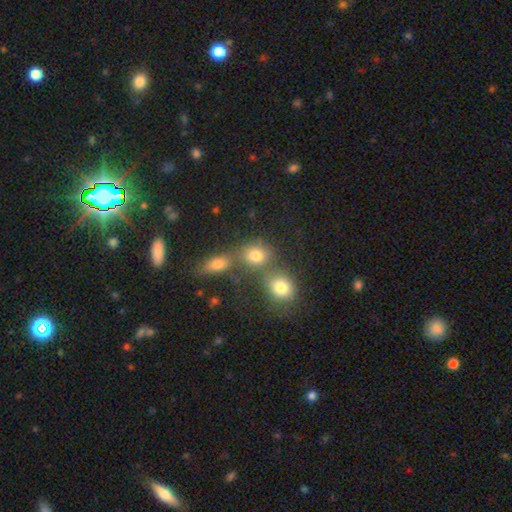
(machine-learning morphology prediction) smooth-or-featured: smooth: 76% | star or artifact: 15% | featured or disk: 9%
  how-rounded: round: 65% | in between: 33% | cigar-shaped: 2%
  merging: none: 44% | merger: 42% | minor disturbance: 9% | major disturbance: 5%